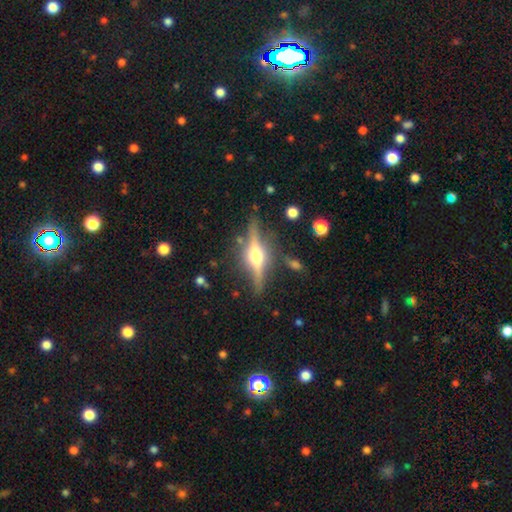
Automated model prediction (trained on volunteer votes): Morphology: type=featured or disk (81%); edge-on=yes (96%); edge-on bulge=rounded (93%); merging=none (81%).